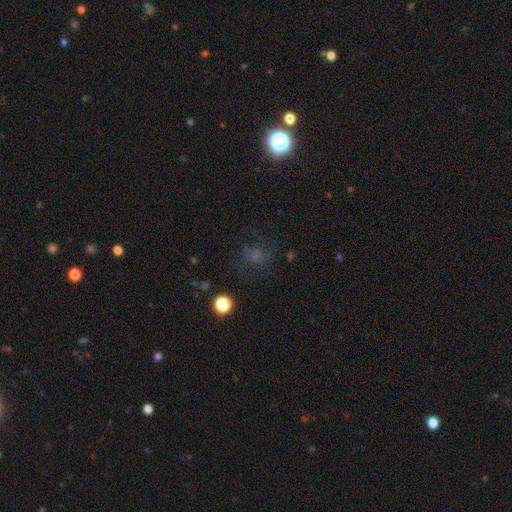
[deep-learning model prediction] Smooth or featured?
  - smooth: 43% *
  - star or artifact: 38%
  - featured or disk: 19%
Merging?
  - none: 64% *
  - minor disturbance: 17%
  - major disturbance: 16%
  - merger: 3%